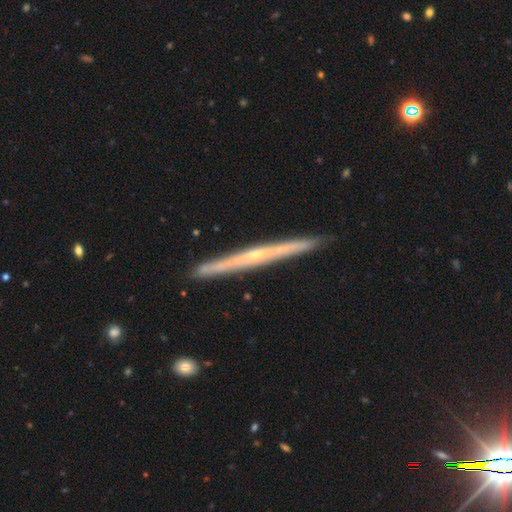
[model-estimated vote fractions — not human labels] smooth-or-featured: featured or disk: 78% | smooth: 17% | star or artifact: 5%
  disk-edge-on: yes: 98% | no: 2%
    edge-on-bulge: rounded: 58% | none: 39% | boxy: 3%
  merging: none: 92% | minor disturbance: 6% | merger: 1% | major disturbance: 1%